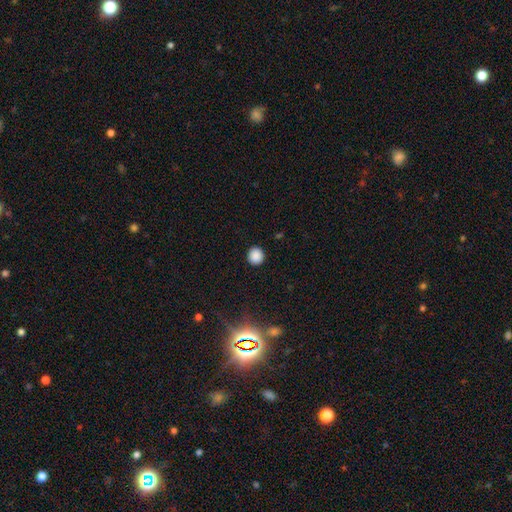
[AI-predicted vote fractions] smooth_or_featured: smooth (p=0.87) [alt: star or artifact p=0.10]
how_rounded: round (p=0.93) [alt: in between p=0.07]
merging: none (p=0.92) [alt: minor disturbance p=0.05]